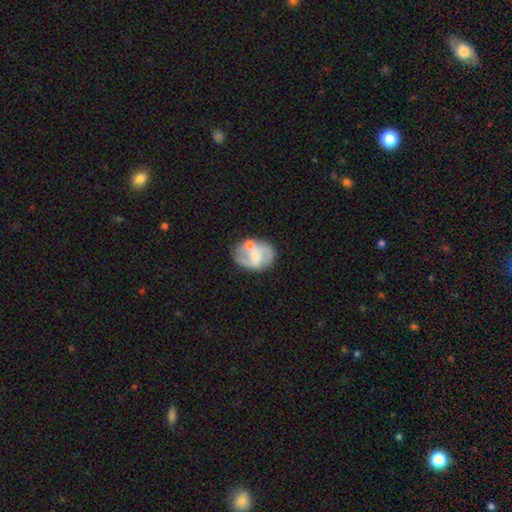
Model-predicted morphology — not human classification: This appears to be a featured or disk galaxy (57%) with no bar (57%), spiral arms (67%) and no central bulge (32%). Merging: none (51%).